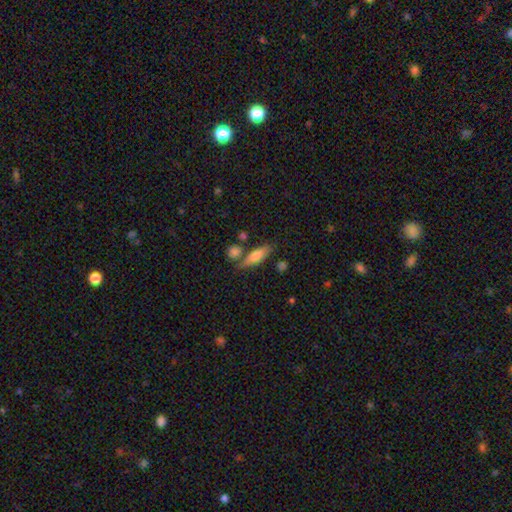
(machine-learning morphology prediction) Smooth or featured: smooth — 69% (featured or disk — 24%)
How rounded: cigar-shaped — 55% (in between — 41%)
Merging: none — 69% (minor disturbance — 14%)